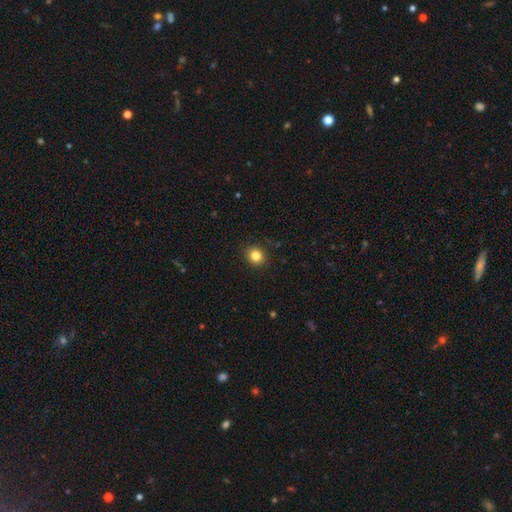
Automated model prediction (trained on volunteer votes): The model was most divided on "how rounded": round: 76%, in between: 23%, cigar-shaped: 1%. More confident: merging — none (89%); smooth or featured — smooth (84%).